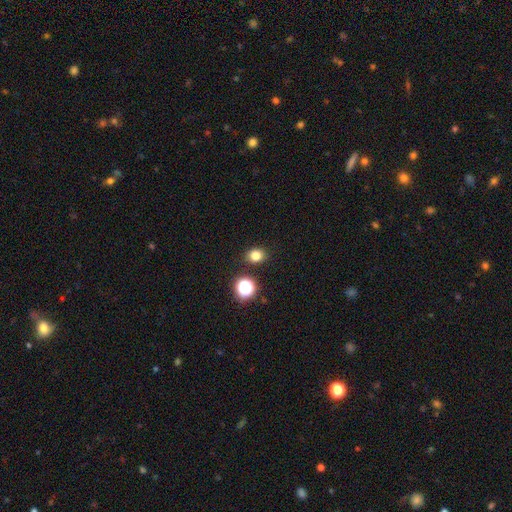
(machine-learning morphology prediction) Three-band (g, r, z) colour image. It shows a smooth galaxy with no disk features (79%) that is round (63%). Merging: none (87%).